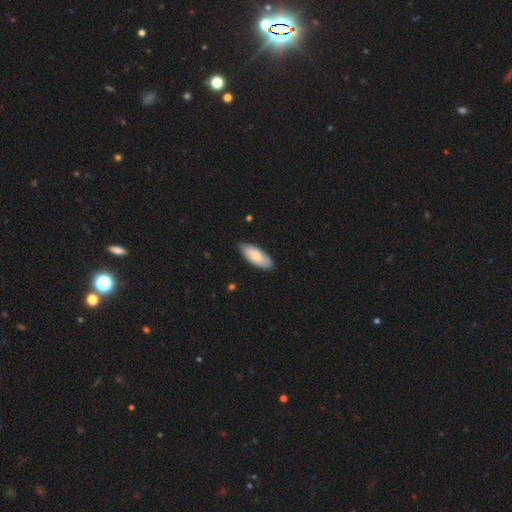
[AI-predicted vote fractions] A smooth galaxy with no disk features (79%) that is in between round and cigar-shaped (83%). Merging: none (81%).